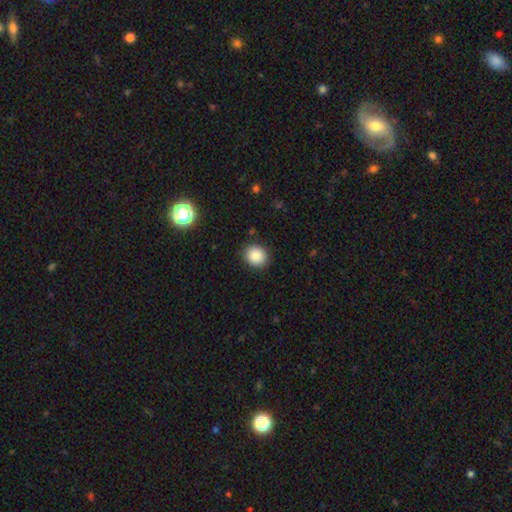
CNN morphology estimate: A smooth galaxy with no disk features (86%) that is round (76%).

Vote fractions:
- Smooth or featured? smooth: 86% / star or artifact: 9% / featured or disk: 5%
- How rounded? round: 76% / in between: 23% / cigar-shaped: 1%
- Merging? none: 89% / minor disturbance: 7% / major disturbance: 2% / merger: 1%